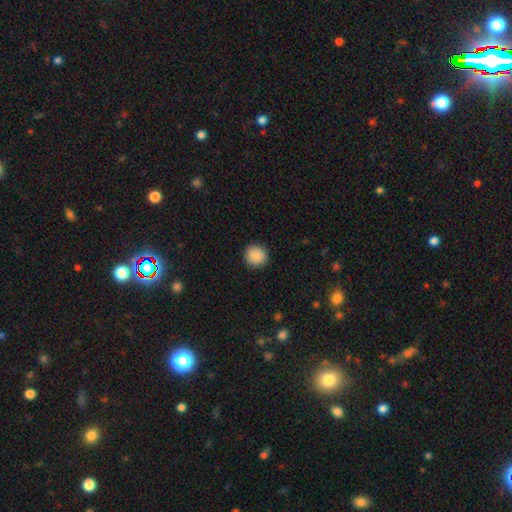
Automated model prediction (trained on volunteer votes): This appears to be a smooth galaxy with no disk features (89%) that is round (93%). Merging: none (91%).